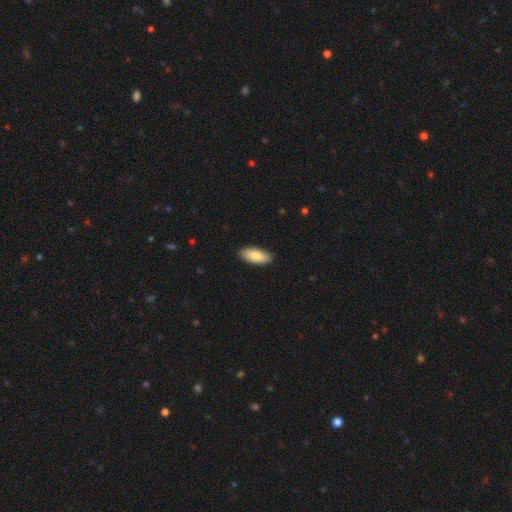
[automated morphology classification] A smooth galaxy with no disk features (83%) that is in between round and cigar-shaped (83%). Merging: none (90%).